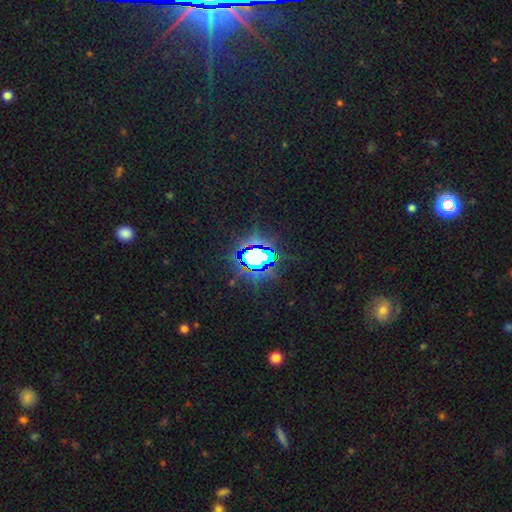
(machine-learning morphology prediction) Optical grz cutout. It shows a star or artifact, not a galaxy (75%).